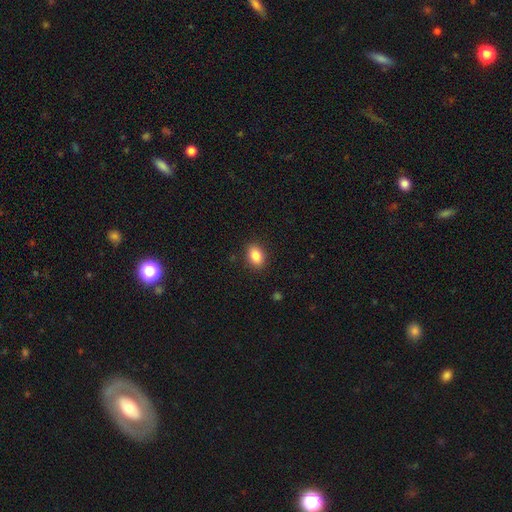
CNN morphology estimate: Smooth or featured?
  - smooth: 85% *
  - star or artifact: 9%
  - featured or disk: 6%
How rounded?
  - in between: 79% *
  - round: 19%
  - cigar-shaped: 1%
Merging?
  - none: 89% *
  - minor disturbance: 8%
  - major disturbance: 2%
  - merger: 1%